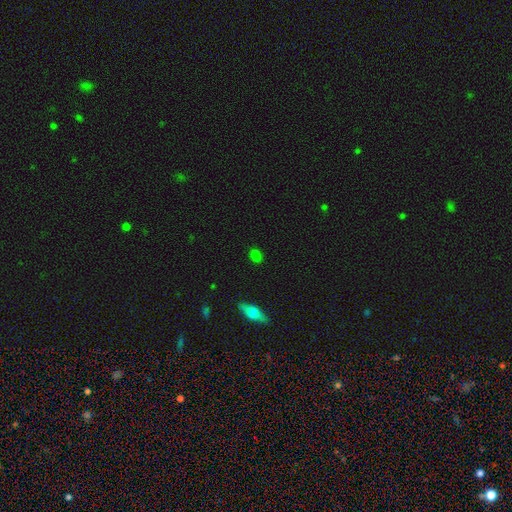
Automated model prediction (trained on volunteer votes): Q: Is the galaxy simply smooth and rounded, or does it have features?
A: smooth — 77%.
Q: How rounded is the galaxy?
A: in between — 61%.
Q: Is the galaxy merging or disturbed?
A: none — 87%.